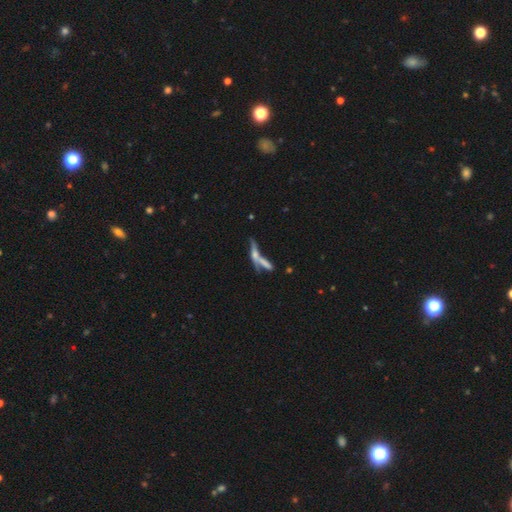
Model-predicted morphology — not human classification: This appears to be a featured or disk galaxy (49%). Merging: merger (45%).